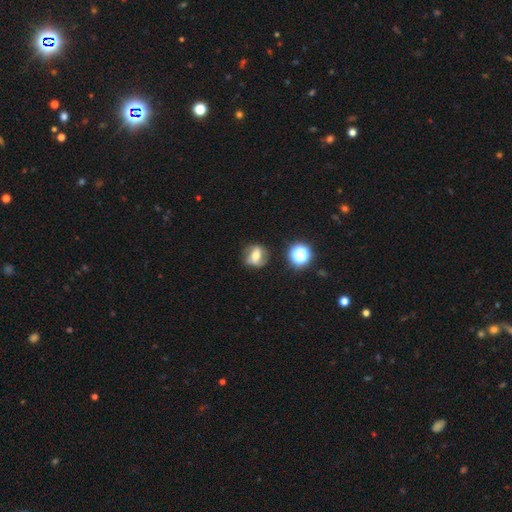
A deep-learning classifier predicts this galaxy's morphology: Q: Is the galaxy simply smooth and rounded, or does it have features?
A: featured or disk — 49%.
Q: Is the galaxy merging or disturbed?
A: none — 74%.